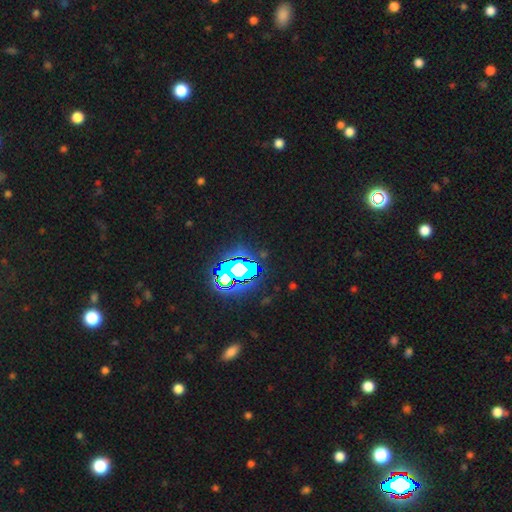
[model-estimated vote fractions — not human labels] Smooth or featured: star or artifact — 83% (smooth — 10%)